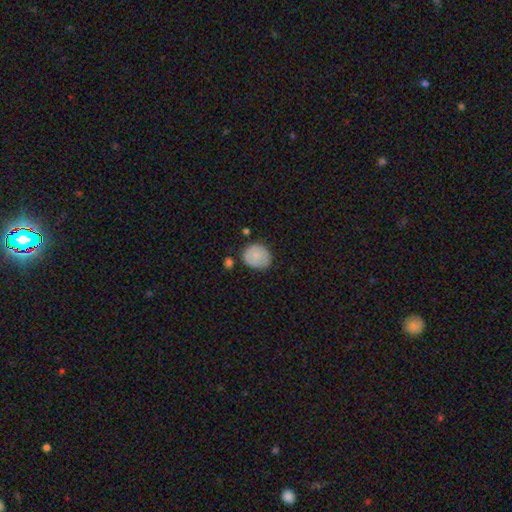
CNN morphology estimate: This appears to be a smooth galaxy with no disk features (81%) that is round (66%). Merging: none (72%).